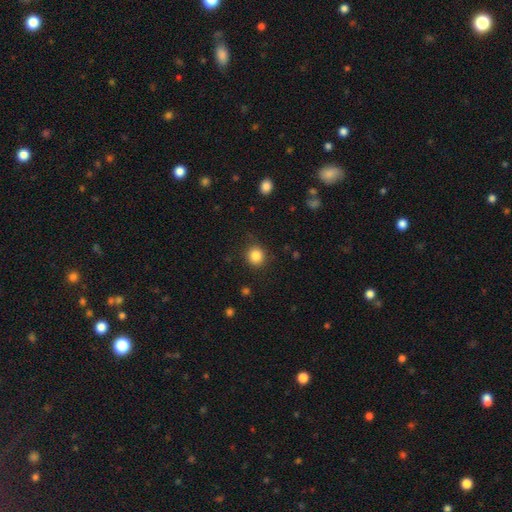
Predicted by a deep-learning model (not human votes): smooth_or_featured: smooth (p=0.84) [alt: star or artifact p=0.11]
how_rounded: round (p=0.87) [alt: in between p=0.12]
merging: none (p=0.84) [alt: minor disturbance p=0.12]